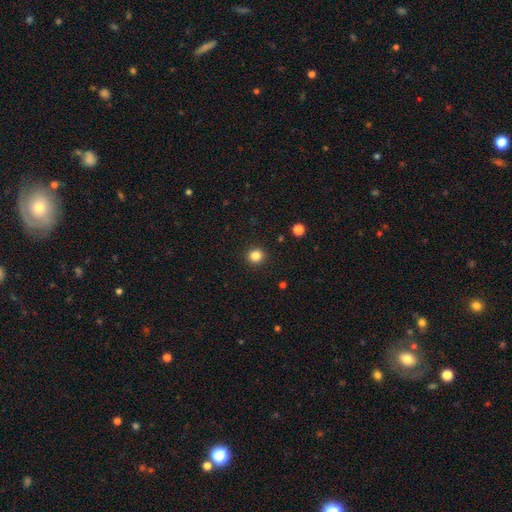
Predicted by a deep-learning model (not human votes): smooth 84%, star or artifact 12%, featured or disk 4%. Down the decision tree: how rounded — round (90%); merging — none (92%).